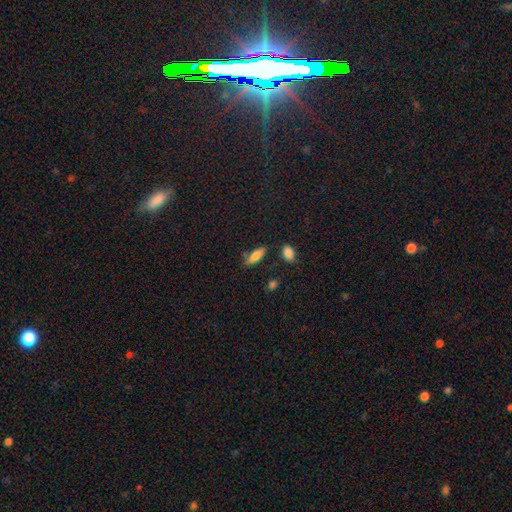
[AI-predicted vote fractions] Smooth or featured?
  - smooth: 80% *
  - featured or disk: 13%
  - star or artifact: 8%
How rounded?
  - in between: 61% *
  - cigar-shaped: 36%
  - round: 2%
Merging?
  - none: 73% *
  - minor disturbance: 17%
  - merger: 6%
  - major disturbance: 4%